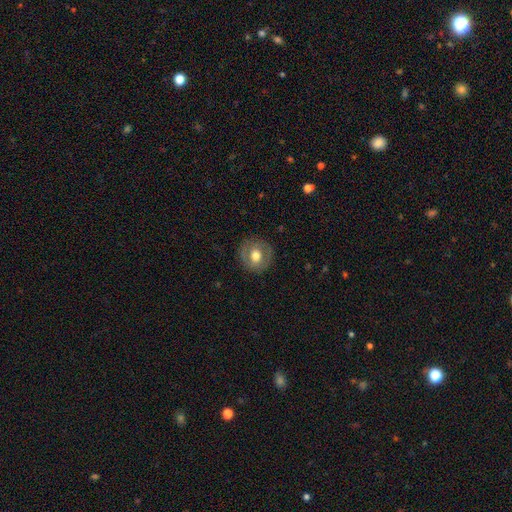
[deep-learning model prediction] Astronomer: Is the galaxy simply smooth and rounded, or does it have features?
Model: smooth — 53% (runner-up: featured or disk, 39%).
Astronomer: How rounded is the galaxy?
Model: round — 87%.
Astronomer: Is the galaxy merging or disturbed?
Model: none — 84%.